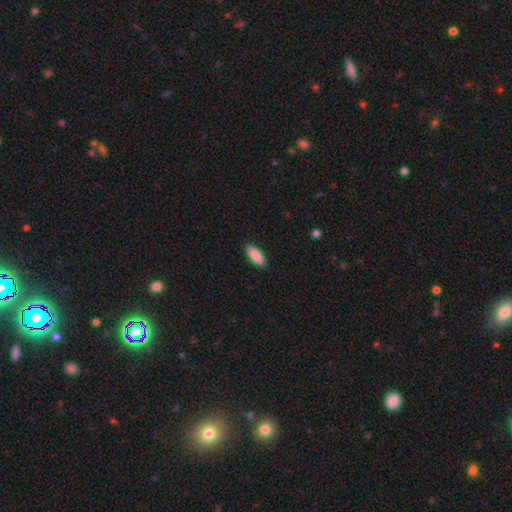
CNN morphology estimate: Smooth or featured? smooth (89%)
How rounded? in between (78%)
Merging? none (89%)